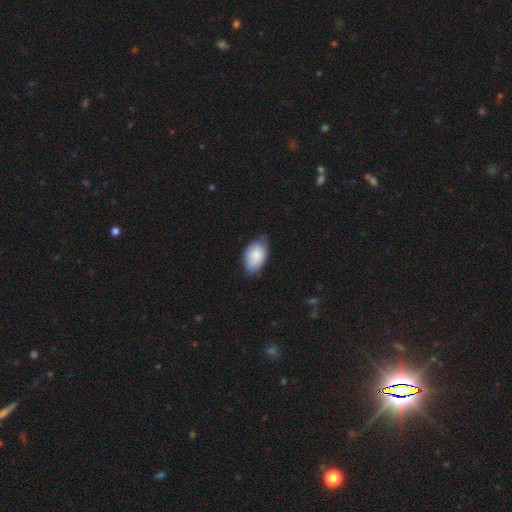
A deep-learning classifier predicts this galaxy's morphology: A smooth galaxy with no disk features (81%) that is in between round and cigar-shaped (92%).

Vote fractions:
- Smooth or featured? smooth: 81% / featured or disk: 13% / star or artifact: 6%
- How rounded? in between: 92% / round: 7% / cigar-shaped: 1%
- Merging? none: 62% / minor disturbance: 32% / major disturbance: 5% / merger: 1%